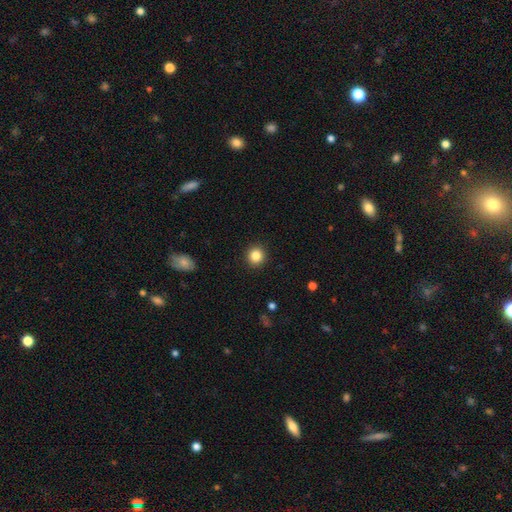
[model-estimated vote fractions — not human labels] Overall: smooth (85%). How rounded: round (93%). Merging: none (92%).